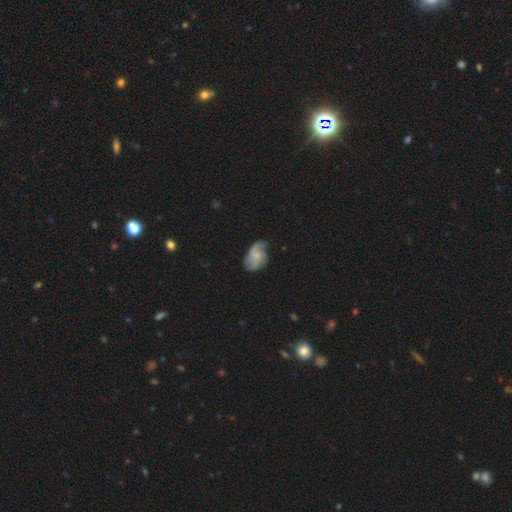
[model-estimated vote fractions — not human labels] Smooth or featured? Predicted: featured or disk (p=0.64). Edge-on disk? Predicted: no (p=0.97). Bar? Predicted: no (p=0.71). Spiral arms? Predicted: yes (p=0.91). Spiral winding? Predicted: medium (p=0.42). Spiral arm count? Predicted: 2 (p=0.44). Bulge size? Predicted: small (p=0.59). Merging? Predicted: none (p=0.54).